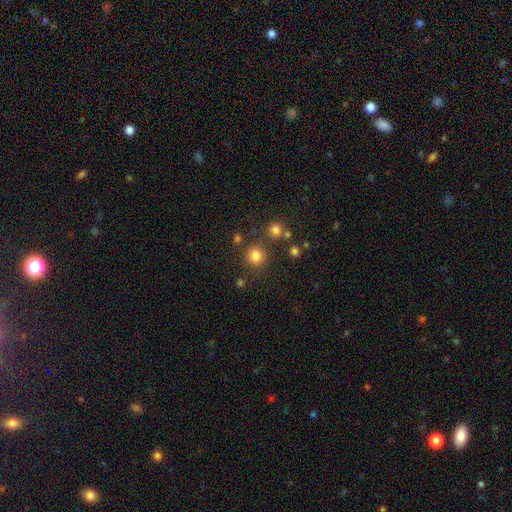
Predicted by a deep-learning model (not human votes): Morphology: type=smooth (81%); roundness=round (93%); merging=none (83%).